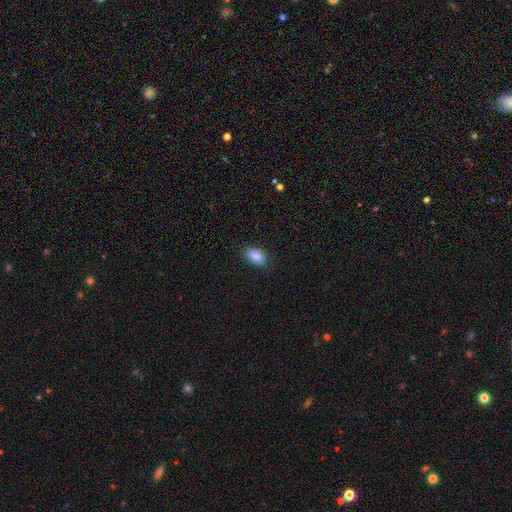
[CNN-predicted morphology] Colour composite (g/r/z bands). It shows a smooth galaxy with no disk features (87%) that is in between round and cigar-shaped (90%). Merging: none (86%).